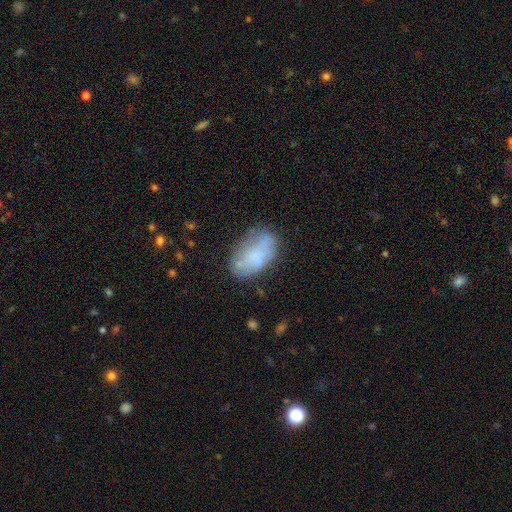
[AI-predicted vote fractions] A smooth galaxy with no disk features (59%) that is in between round and cigar-shaped (92%).

Vote fractions:
- Smooth or featured? smooth: 59% / featured or disk: 32% / star or artifact: 9%
- How rounded? in between: 92% / round: 6% / cigar-shaped: 2%
- Merging? none: 55% / minor disturbance: 27% / major disturbance: 12% / merger: 6%